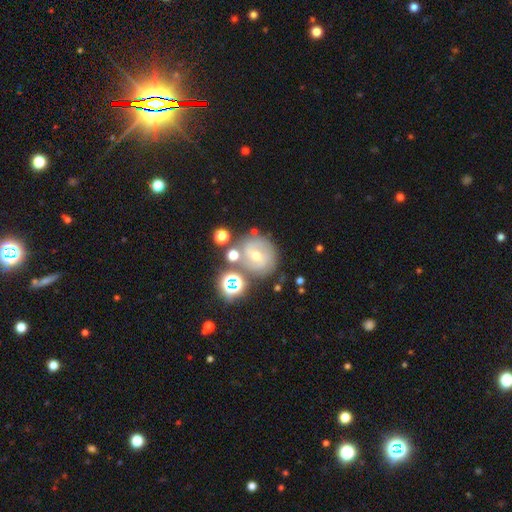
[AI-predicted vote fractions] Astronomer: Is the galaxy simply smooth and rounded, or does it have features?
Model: featured or disk — 50% (runner-up: smooth, 26%).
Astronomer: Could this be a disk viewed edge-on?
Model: no — 96%.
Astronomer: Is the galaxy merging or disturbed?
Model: none — 67%.